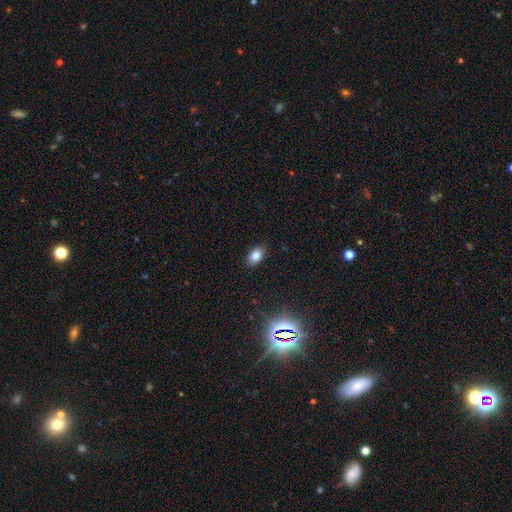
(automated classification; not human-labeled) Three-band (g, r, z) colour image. It shows a smooth galaxy with no disk features (80%) that is in between round and cigar-shaped (85%). Merging: none (88%).